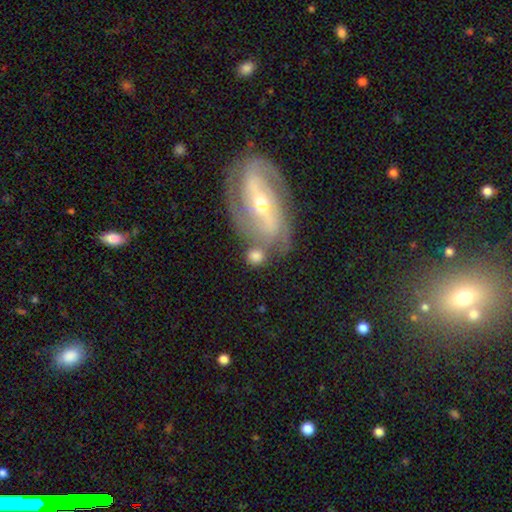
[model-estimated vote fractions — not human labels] smooth 65%, featured or disk 26%, star or artifact 9%. Down the decision tree: how rounded — round (74%); merging — none (54%).